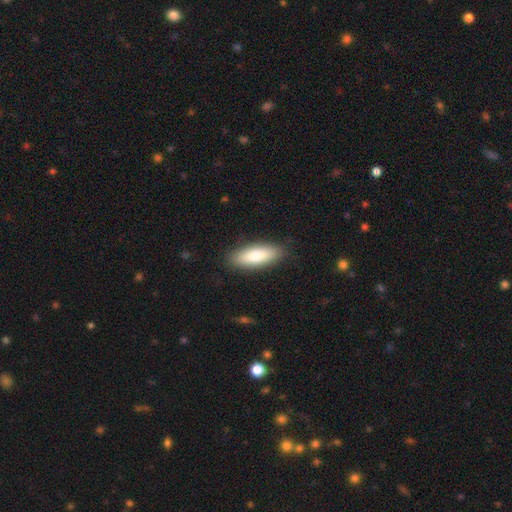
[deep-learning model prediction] Smooth or featured? Predicted: smooth (p=0.79). How rounded? Predicted: in between (p=0.65). Merging? Predicted: none (p=0.88).